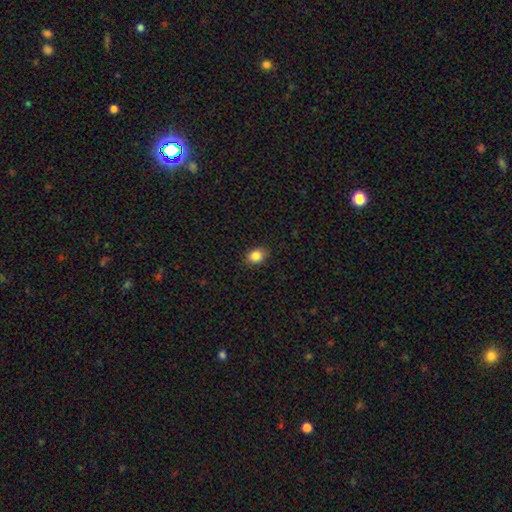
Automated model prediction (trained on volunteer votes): A smooth galaxy with no disk features (85%) that is in between round and cigar-shaped (58%). Merging: none (89%).